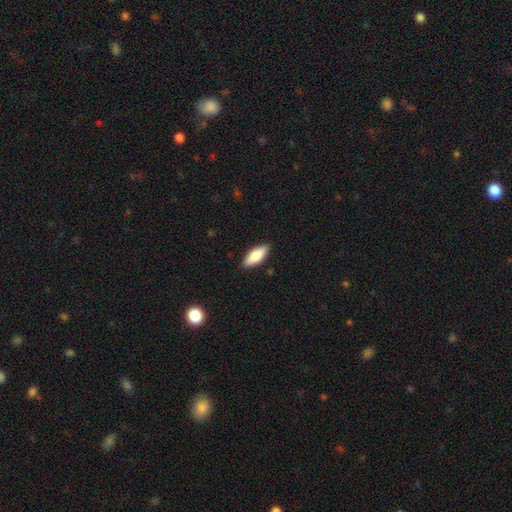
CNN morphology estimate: A smooth galaxy with no disk features (76%) that is in between round and cigar-shaped (69%). Merging: none (88%).